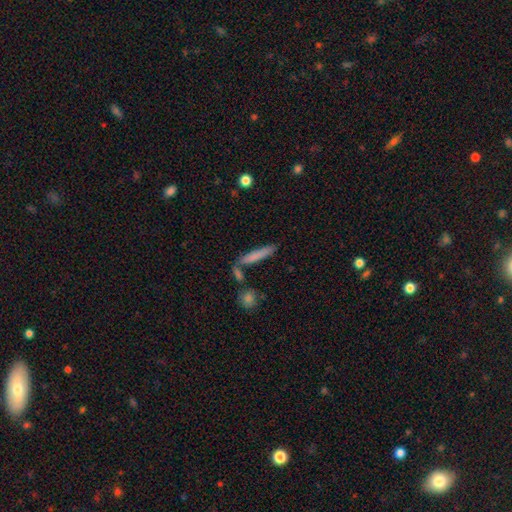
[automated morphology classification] Overall: smooth (75%). How rounded: cigar-shaped (90%). Merging: none (75%).